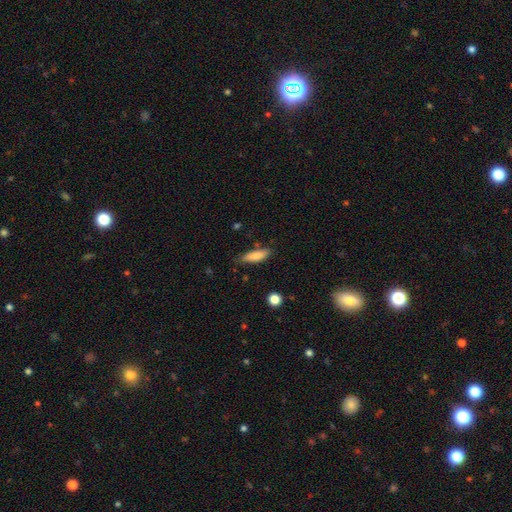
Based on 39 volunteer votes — Morphology: type=smooth (79%); roundness=cigar-shaped (58%); merging=none (75%).